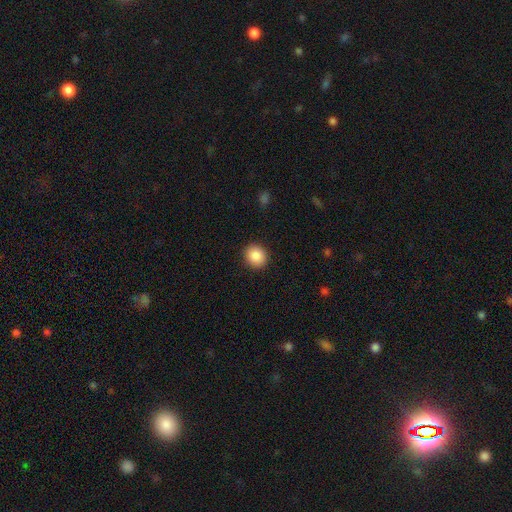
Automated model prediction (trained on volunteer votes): This is clearly a smooth galaxy (88%). How rounded: clearly round (85%). Merging: clearly none (91%).